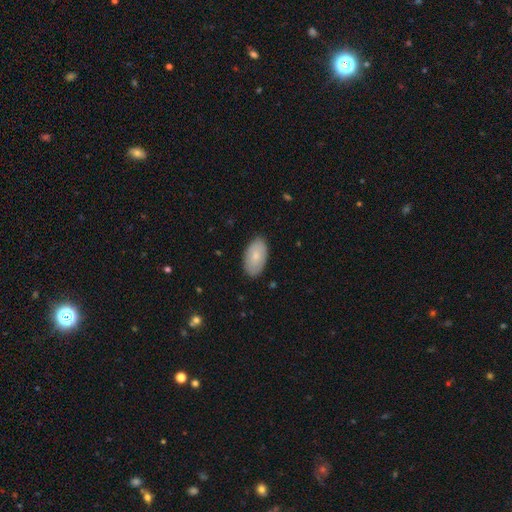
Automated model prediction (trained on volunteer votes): Smooth or featured? Predicted: smooth (p=0.76). How rounded? Predicted: in between (p=0.95). Merging? Predicted: none (p=0.86).